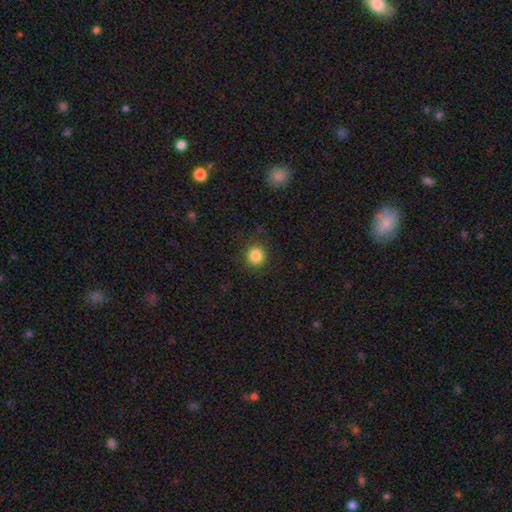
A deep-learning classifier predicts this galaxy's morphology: Smooth or featured: smooth — 84% (star or artifact — 11%)
How rounded: round — 93% (in between — 6%)
Merging: none — 89% (minor disturbance — 7%)